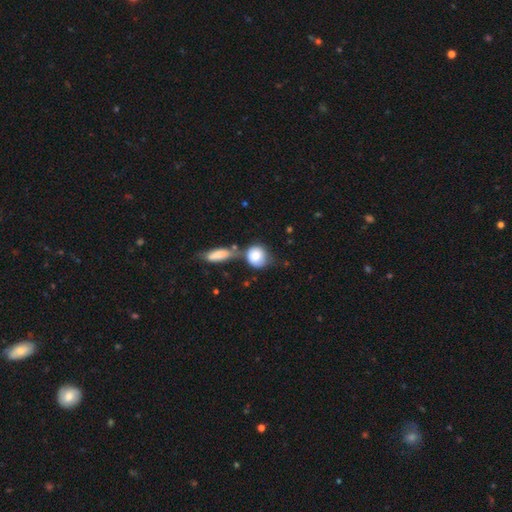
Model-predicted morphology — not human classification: smooth-or-featured: smooth: 81% | featured or disk: 13% | star or artifact: 7%
  how-rounded: round: 70% | in between: 28% | cigar-shaped: 2%
  merging: none: 40% | merger: 36% | minor disturbance: 16% | major disturbance: 8%